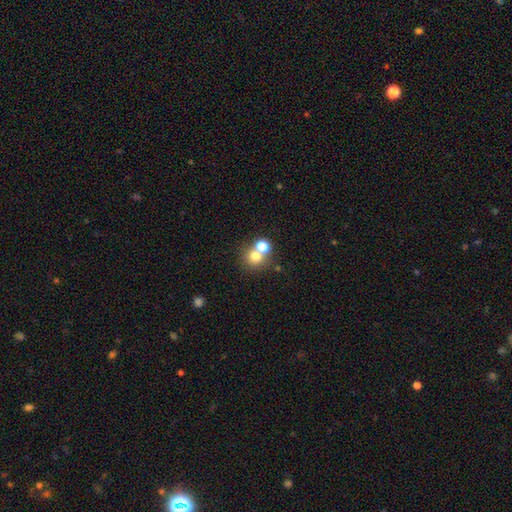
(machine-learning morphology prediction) smooth-or-featured: smooth: 72% | star or artifact: 15% | featured or disk: 13%
  how-rounded: round: 86% | in between: 13% | cigar-shaped: 1%
  merging: none: 50% | merger: 41% | minor disturbance: 6% | major disturbance: 3%